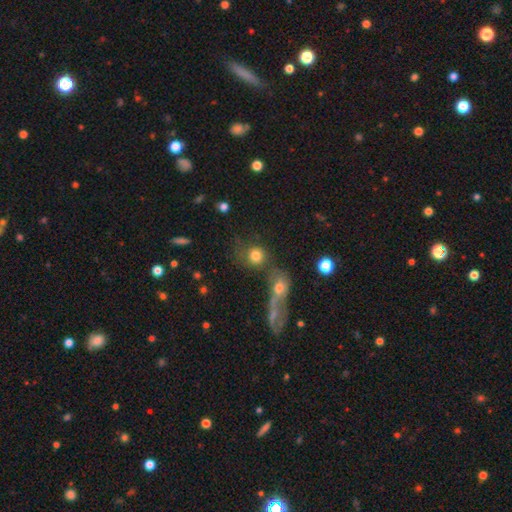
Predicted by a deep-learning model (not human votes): Smooth or featured? smooth (77%)
How rounded? round (81%)
Merging? merger (39%)